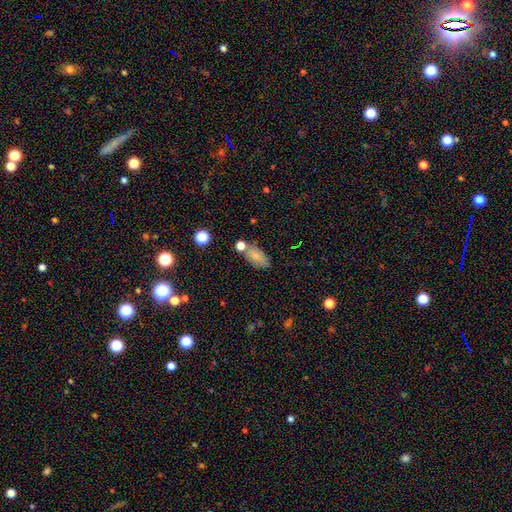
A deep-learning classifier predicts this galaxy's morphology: smooth 77%, featured or disk 12%, star or artifact 11%. Down the decision tree: how rounded — in between (89%); merging — none (65%).